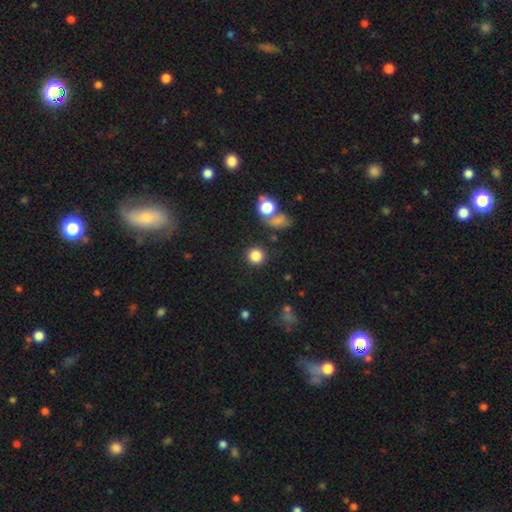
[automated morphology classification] A smooth galaxy with no disk features (83%) that is round (93%).

Vote fractions:
- Smooth or featured? smooth: 83% / star or artifact: 12% / featured or disk: 5%
- How rounded? round: 93% / in between: 6% / cigar-shaped: 1%
- Merging? none: 86% / minor disturbance: 6% / merger: 4% / major disturbance: 3%